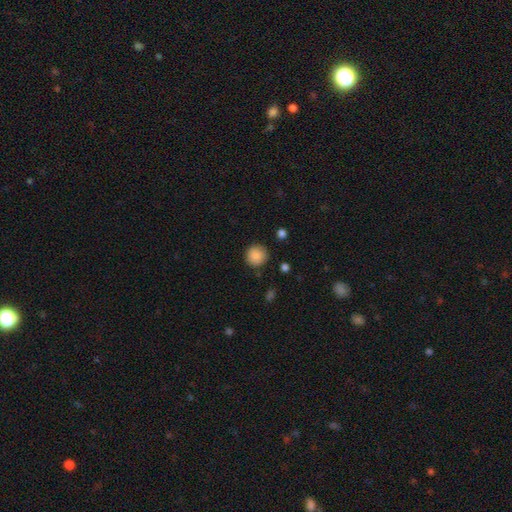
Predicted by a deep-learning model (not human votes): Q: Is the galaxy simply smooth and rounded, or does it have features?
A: smooth — 88%.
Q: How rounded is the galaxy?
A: round — 94%.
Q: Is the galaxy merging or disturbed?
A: none — 86%.